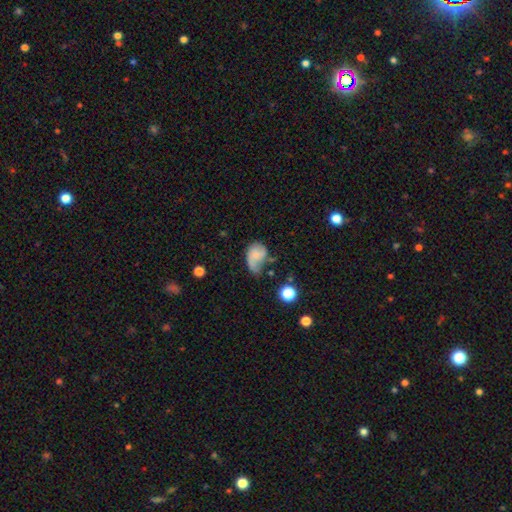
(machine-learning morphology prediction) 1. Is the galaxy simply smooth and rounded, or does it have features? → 52% smooth, 38% featured or disk, 10% star or artifact.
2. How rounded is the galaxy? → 74% in between, 25% round, 1% cigar-shaped.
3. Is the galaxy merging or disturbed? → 36% major disturbance, 33% minor disturbance, 24% none, 8% merger.